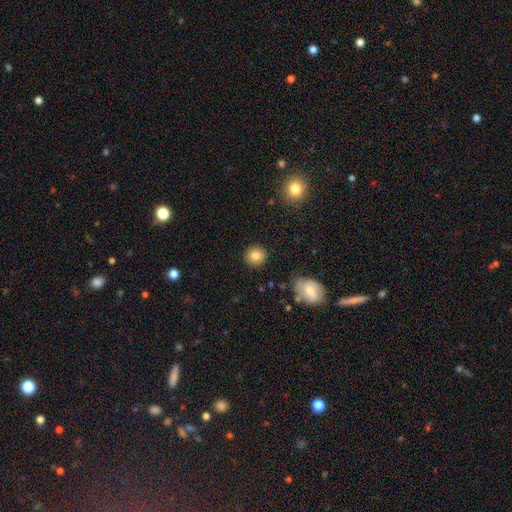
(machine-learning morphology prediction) A smooth galaxy with no disk features (83%) that is round (90%).

Vote fractions:
- Smooth or featured? smooth: 83% / star or artifact: 9% / featured or disk: 8%
- How rounded? round: 90% / in between: 9% / cigar-shaped: 1%
- Merging? none: 89% / minor disturbance: 7% / major disturbance: 2% / merger: 2%